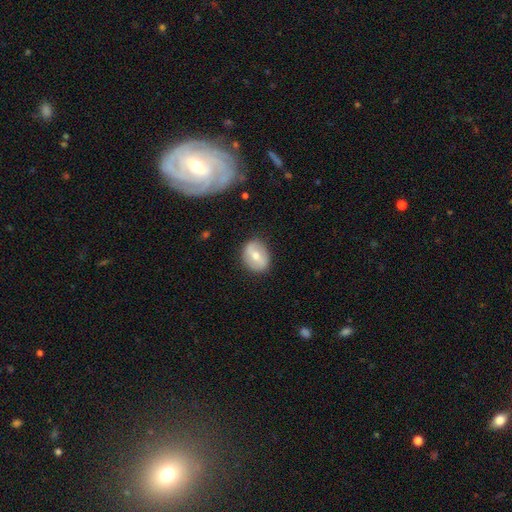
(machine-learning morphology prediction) smooth 50%, featured or disk 43%, star or artifact 7%. Down the decision tree: how rounded — in between (55%); merging — none (84%).